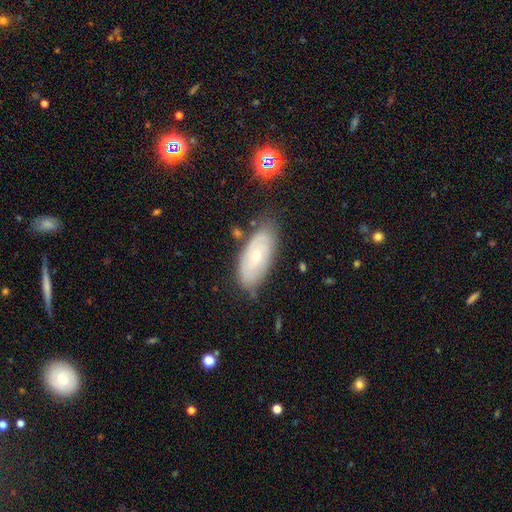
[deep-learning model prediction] A featured or disk galaxy (55%).

Vote fractions:
- Smooth or featured? featured or disk: 55% / smooth: 37% / star or artifact: 8%
- Edge-on disk? no: 87% / yes: 13%
- Merging? none: 71% / minor disturbance: 21% / major disturbance: 5% / merger: 3%